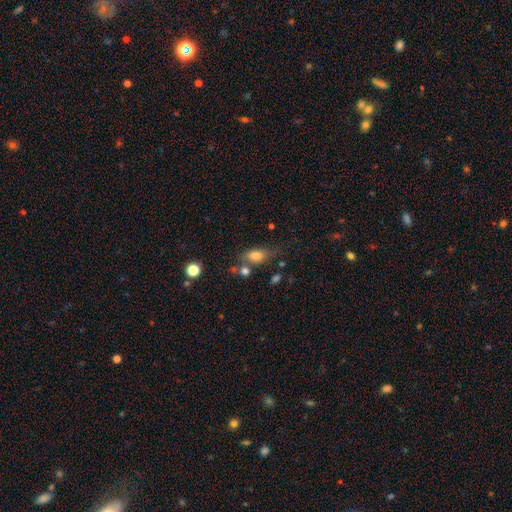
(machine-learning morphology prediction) A smooth galaxy with no disk features (77%) that is in between round and cigar-shaped (82%).

Vote fractions:
- Smooth or featured? smooth: 77% / featured or disk: 13% / star or artifact: 10%
- How rounded? in between: 82% / round: 11% / cigar-shaped: 7%
- Merging? none: 55% / minor disturbance: 21% / merger: 15% / major disturbance: 9%